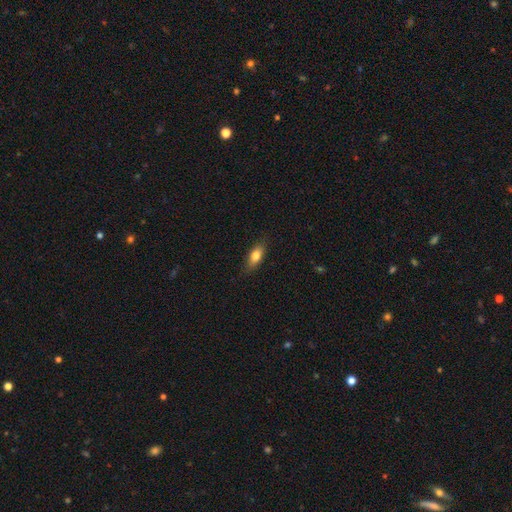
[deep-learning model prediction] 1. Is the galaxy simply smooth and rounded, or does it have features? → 78% smooth, 15% featured or disk, 8% star or artifact.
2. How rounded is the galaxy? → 76% in between, 19% cigar-shaped, 5% round.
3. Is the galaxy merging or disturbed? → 81% none, 15% minor disturbance, 3% major disturbance, 1% merger.